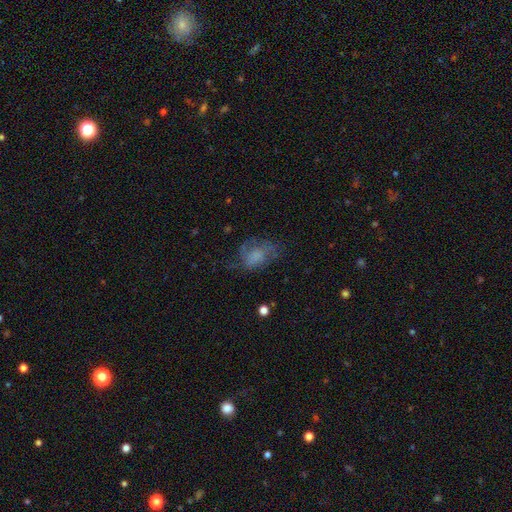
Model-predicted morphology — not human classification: smooth_or_featured: smooth (p=0.52) [alt: featured or disk p=0.35]
how_rounded: in between (p=0.77) [alt: round p=0.21]
merging: none (p=0.45) [alt: major disturbance p=0.28]